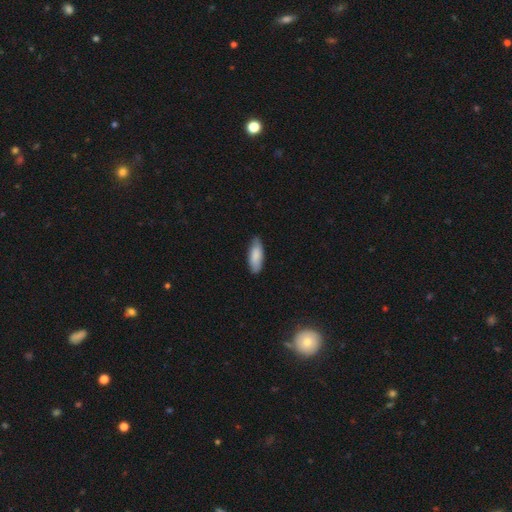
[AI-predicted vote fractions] This is clearly a smooth galaxy (86%). How rounded: likely in between (70%). Merging: clearly none (81%).